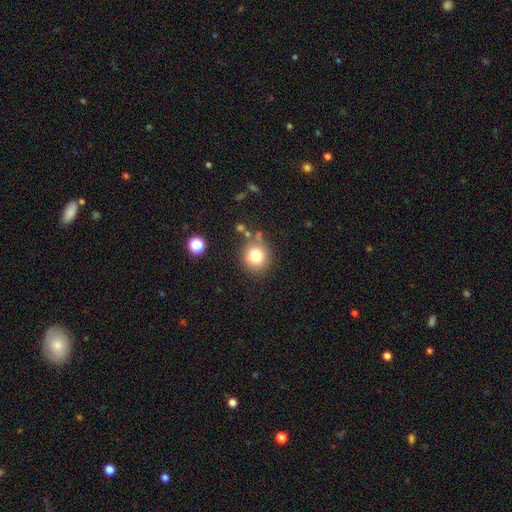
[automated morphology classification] smooth-or-featured: smooth: 81% | star or artifact: 11% | featured or disk: 8%
  how-rounded: round: 86% | in between: 13% | cigar-shaped: 1%
  merging: none: 73% | minor disturbance: 15% | merger: 8% | major disturbance: 5%